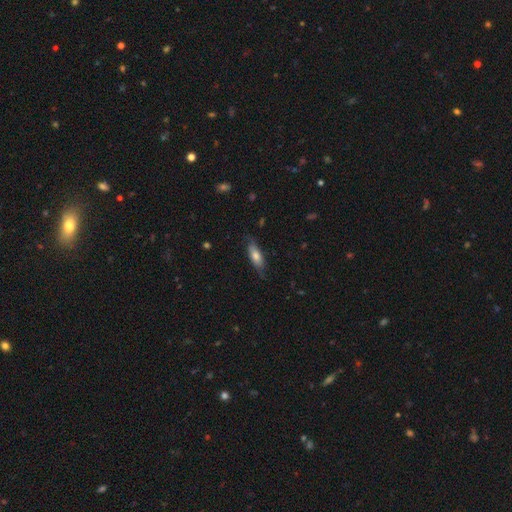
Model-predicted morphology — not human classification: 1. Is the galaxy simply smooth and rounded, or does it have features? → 67% smooth, 26% featured or disk, 6% star or artifact.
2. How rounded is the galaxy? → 64% in between, 33% cigar-shaped, 2% round.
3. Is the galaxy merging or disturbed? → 73% none, 21% minor disturbance, 5% major disturbance, 1% merger.